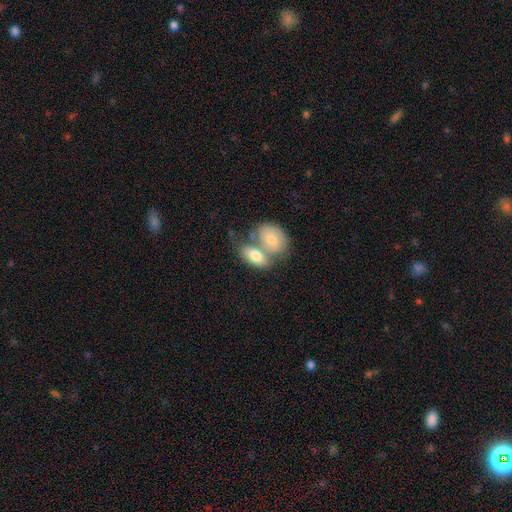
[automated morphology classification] Q: Smooth or featured?
A: smooth (74%); runner-up: featured or disk (20%)
Q: How rounded?
A: in between (89%); runner-up: round (8%)
Q: Merging?
A: merger (62%); runner-up: none (25%)